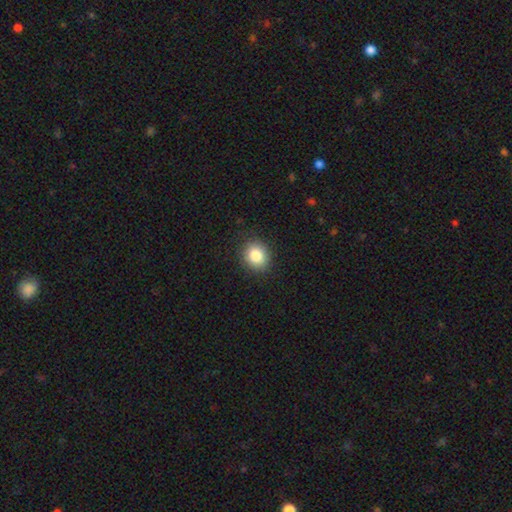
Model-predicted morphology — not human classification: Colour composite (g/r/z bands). It shows a smooth galaxy with no disk features (84%) that is round (71%). Merging: none (88%).